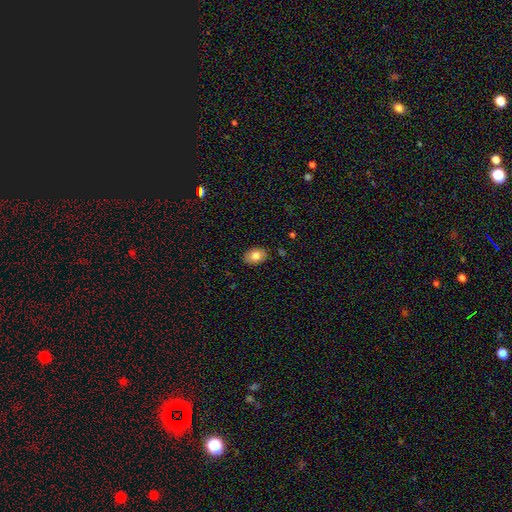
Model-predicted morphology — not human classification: Smooth or featured: smooth — 81% (featured or disk — 11%)
How rounded: in between — 82% (round — 17%)
Merging: none — 86% (minor disturbance — 10%)